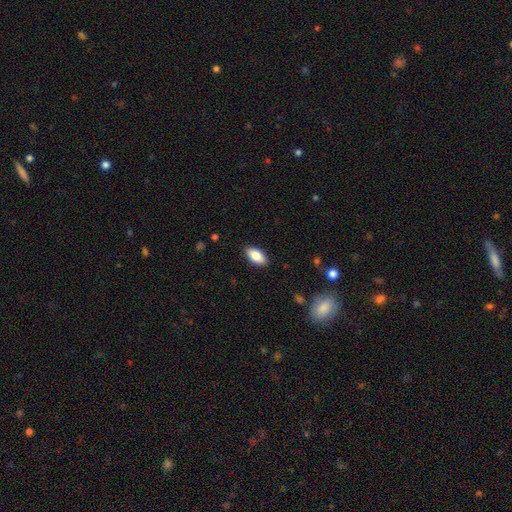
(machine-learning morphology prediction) type=smooth (82%); roundness=in between (90%); merging=none (89%).